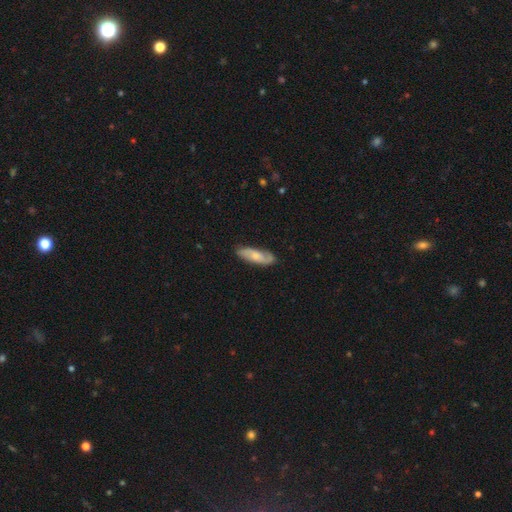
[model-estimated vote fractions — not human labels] Q: Smooth or featured?
A: featured or disk (51%); runner-up: smooth (43%)
Q: Edge-on disk?
A: no (83%); runner-up: yes (17%)
Q: Merging?
A: none (79%); runner-up: minor disturbance (16%)